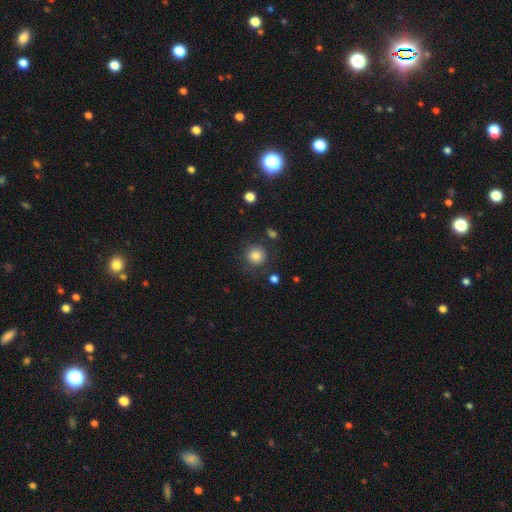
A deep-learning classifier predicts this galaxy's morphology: smooth 83%, star or artifact 11%, featured or disk 7%. Down the decision tree: how rounded — round (93%); merging — none (81%).